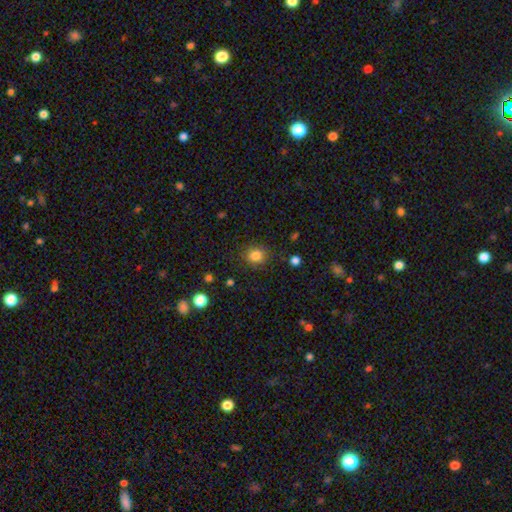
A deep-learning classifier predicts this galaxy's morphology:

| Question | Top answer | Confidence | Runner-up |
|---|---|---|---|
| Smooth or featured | smooth | 83% | star or artifact (11%) |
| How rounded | round | 79% | in between (20%) |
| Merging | none | 86% | minor disturbance (10%) |